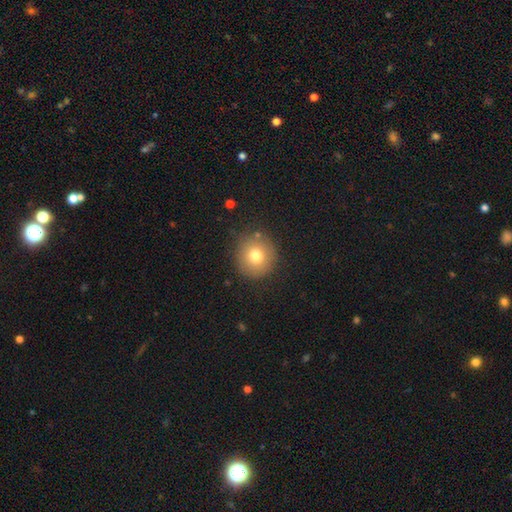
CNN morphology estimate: A smooth galaxy with no disk features (76%) that is round (92%).

Vote fractions:
- Smooth or featured? smooth: 76% / featured or disk: 12% / star or artifact: 11%
- How rounded? round: 92% / in between: 7% / cigar-shaped: 1%
- Merging? none: 86% / minor disturbance: 9% / major disturbance: 3% / merger: 2%